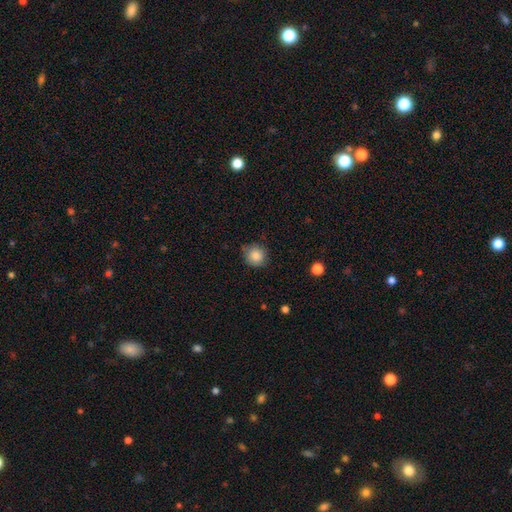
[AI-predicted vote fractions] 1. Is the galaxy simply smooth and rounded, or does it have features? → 86% smooth, 9% star or artifact, 5% featured or disk.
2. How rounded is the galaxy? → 90% round, 9% in between, 1% cigar-shaped.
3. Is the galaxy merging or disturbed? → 76% none, 19% minor disturbance, 4% major disturbance, 2% merger.